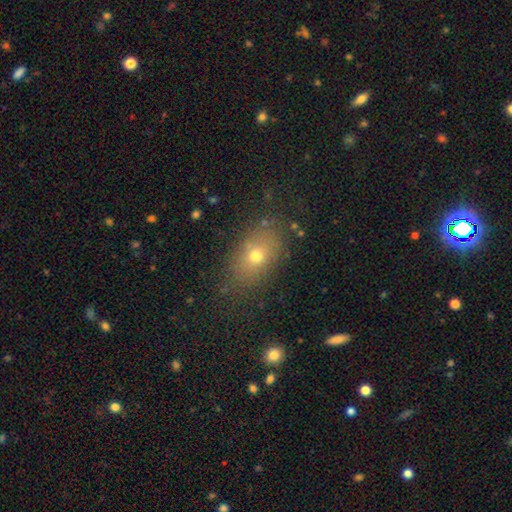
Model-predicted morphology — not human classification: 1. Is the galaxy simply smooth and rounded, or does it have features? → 68% smooth, 16% featured or disk, 16% star or artifact.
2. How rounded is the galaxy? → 76% in between, 21% round, 3% cigar-shaped.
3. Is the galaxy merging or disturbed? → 79% none, 13% minor disturbance, 6% major disturbance, 2% merger.